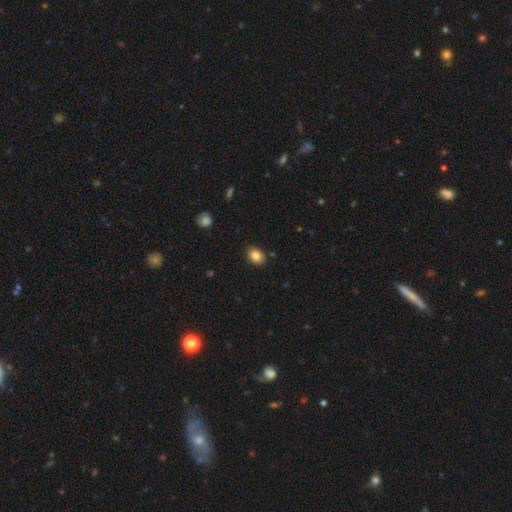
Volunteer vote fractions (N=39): A smooth galaxy with no disk features (87%) that is in between round and cigar-shaped (74%).

Vote fractions:
- Smooth or featured? smooth: 87% / star or artifact: 10% / featured or disk: 3%
- How rounded? in between: 74% / round: 26% / cigar-shaped: 0%
- Merging? none: 86% / minor disturbance: 14% / major disturbance: 0% / merger: 0%